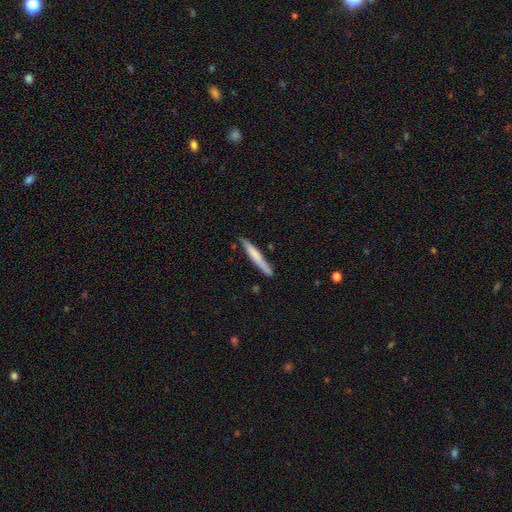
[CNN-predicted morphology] Smooth or featured? Predicted: smooth (p=0.67). How rounded? Predicted: cigar-shaped (p=0.96). Merging? Predicted: none (p=0.83).